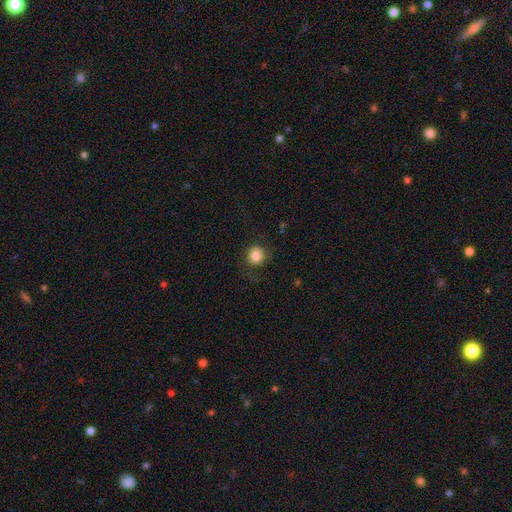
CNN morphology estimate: This is clearly a smooth galaxy (84%). How rounded: clearly round (86%). Merging: likely none (74%).